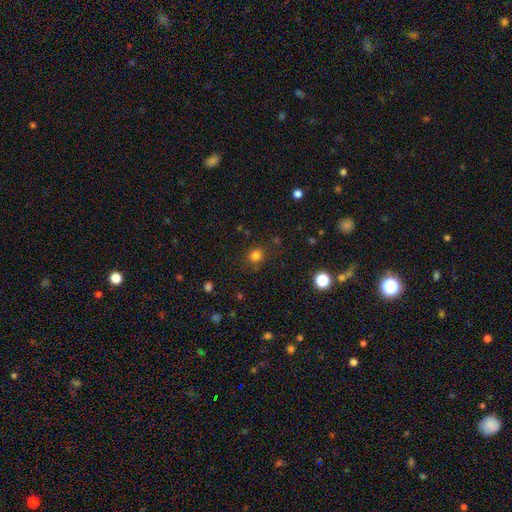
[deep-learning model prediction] A smooth galaxy with no disk features (80%) that is round (85%).

Vote fractions:
- Smooth or featured? smooth: 80% / star or artifact: 16% / featured or disk: 5%
- How rounded? round: 85% / in between: 14% / cigar-shaped: 1%
- Merging? none: 85% / minor disturbance: 10% / major disturbance: 3% / merger: 2%